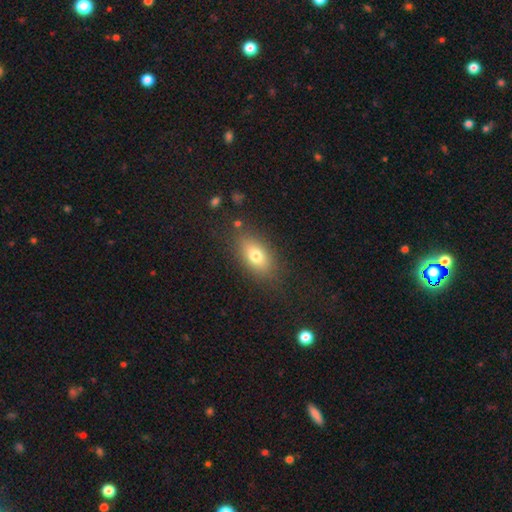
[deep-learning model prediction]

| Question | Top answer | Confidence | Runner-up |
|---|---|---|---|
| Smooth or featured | smooth | 75% | featured or disk (15%) |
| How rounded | in between | 84% | round (10%) |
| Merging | none | 81% | minor disturbance (12%) |